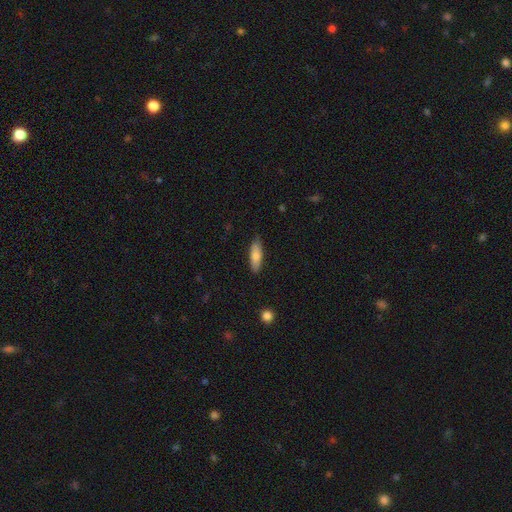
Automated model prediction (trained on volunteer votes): Smooth or featured? Predicted: smooth (p=0.71). How rounded? Predicted: cigar-shaped (p=0.53). Merging? Predicted: none (p=0.87).